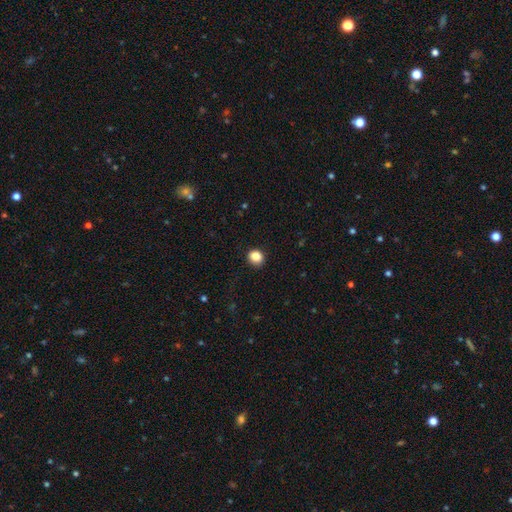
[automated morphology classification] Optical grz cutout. It shows a smooth galaxy with no disk features (86%) that is round (75%). Merging: none (91%).